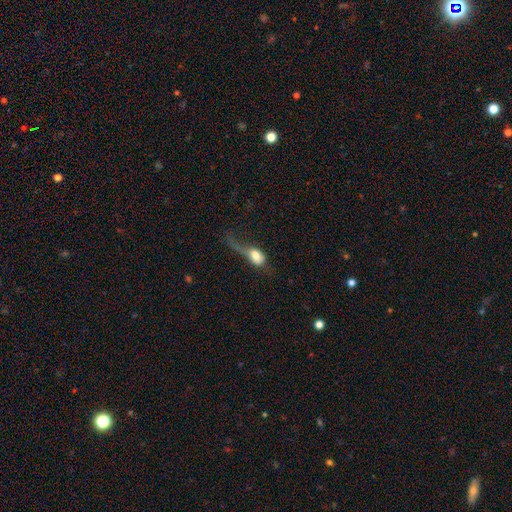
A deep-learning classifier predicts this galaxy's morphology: smooth_or_featured: smooth (p=0.67) [alt: featured or disk p=0.26]
how_rounded: in between (p=0.72) [alt: round p=0.22]
merging: major disturbance (p=0.64) [alt: minor disturbance p=0.15]